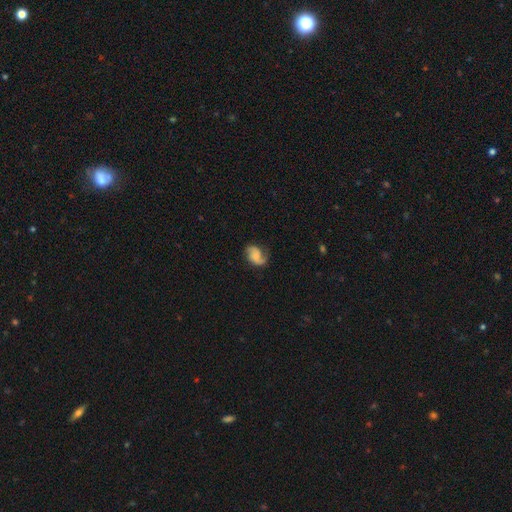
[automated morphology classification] smooth-or-featured: featured or disk: 71% | smooth: 22% | star or artifact: 8%
  disk-edge-on: no: 98% | yes: 2%
    bar: no: 58% | weak: 34% | strong: 8%
    has-spiral-arms: yes: 95% | no: 5%
      spiral-winding: loose: 45% | medium: 40% | tight: 15%
      spiral-arm-count: 2: 85% | 1: 8% | can't tell: 4% | 3: 1% | 4: 1% | more than 4: 1%
    bulge-size: none: 51% | small: 24% | moderate: 16% | large: 7% | dominant: 2%
  merging: none: 72% | minor disturbance: 19% | major disturbance: 8% | merger: 2%